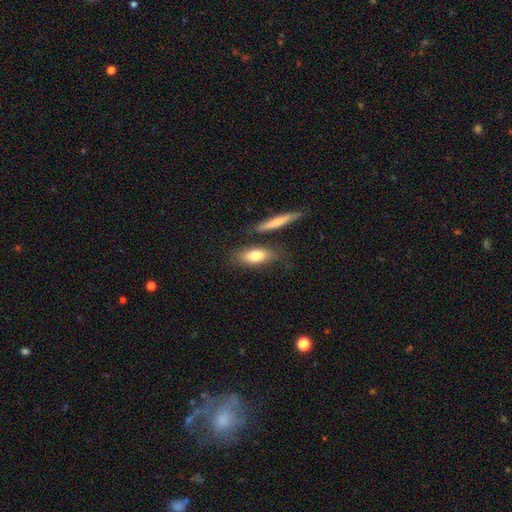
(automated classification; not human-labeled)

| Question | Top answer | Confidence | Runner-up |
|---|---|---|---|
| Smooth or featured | smooth | 75% | featured or disk (18%) |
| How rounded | in between | 72% | cigar-shaped (24%) |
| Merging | none | 69% | minor disturbance (14%) |